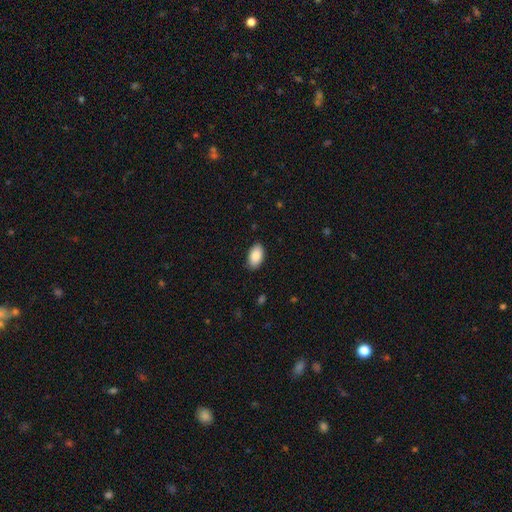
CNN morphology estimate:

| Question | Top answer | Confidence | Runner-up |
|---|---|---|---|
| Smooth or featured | smooth | 88% | star or artifact (7%) |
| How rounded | in between | 95% | round (3%) |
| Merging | none | 88% | minor disturbance (9%) |